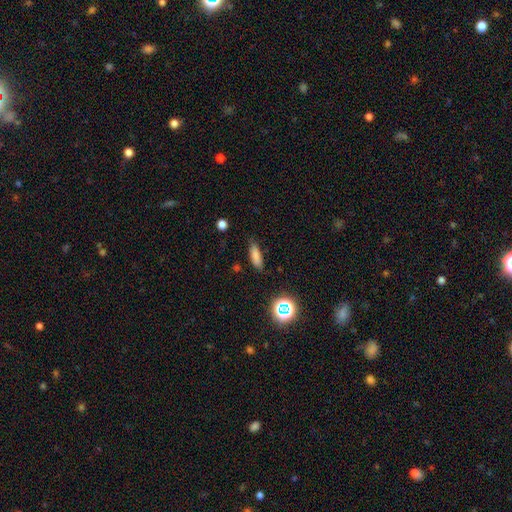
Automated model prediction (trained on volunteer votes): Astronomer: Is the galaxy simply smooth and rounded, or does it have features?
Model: smooth — 79%.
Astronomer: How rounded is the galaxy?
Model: in between — 51% (runner-up: cigar-shaped, 45%).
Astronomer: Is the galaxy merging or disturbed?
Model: none — 77%.